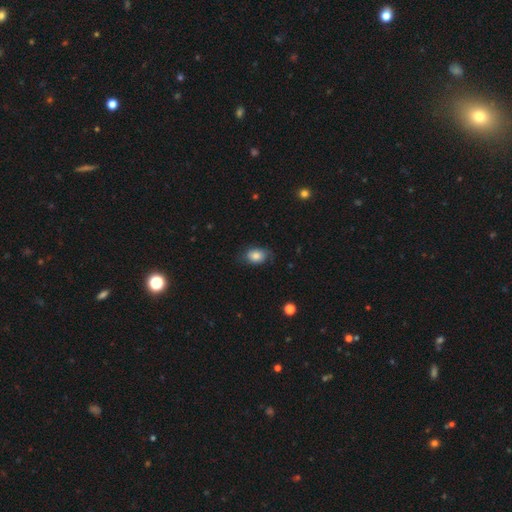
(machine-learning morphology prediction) Smooth or featured? smooth (79%)
How rounded? in between (77%)
Merging? none (68%)